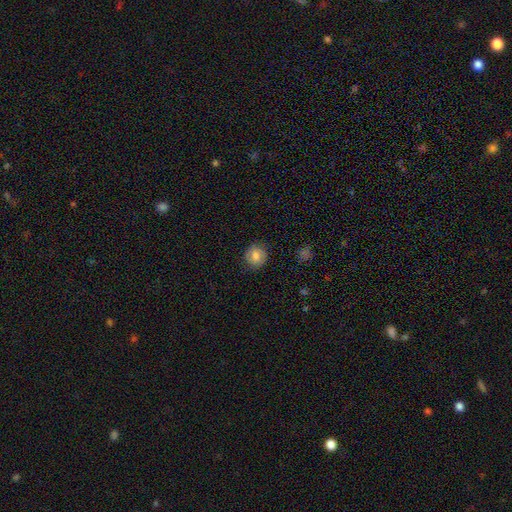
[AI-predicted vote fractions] This appears to be a smooth galaxy with no disk features (75%) that is round (81%). Merging: none (83%).